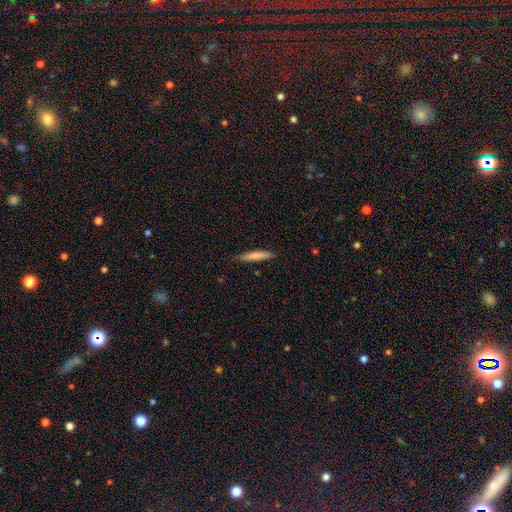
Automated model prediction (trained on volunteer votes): The model was most divided on "smooth or featured": smooth: 75%, featured or disk: 19%, star or artifact: 6%. More confident: how rounded — cigar-shaped (91%); merging — none (85%).